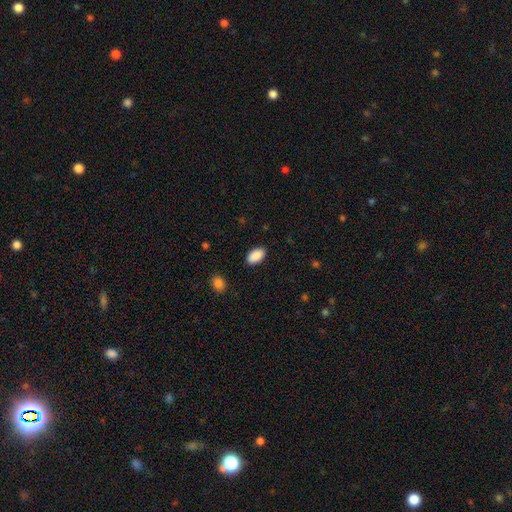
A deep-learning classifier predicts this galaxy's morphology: Q: Smooth or featured?
A: smooth (90%); runner-up: star or artifact (7%)
Q: How rounded?
A: in between (94%); runner-up: round (4%)
Q: Merging?
A: none (88%); runner-up: minor disturbance (9%)